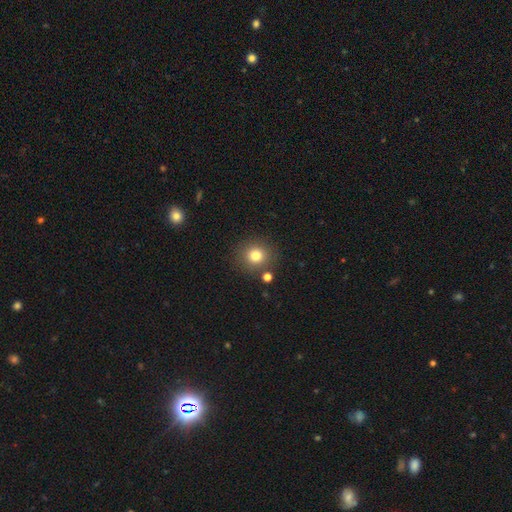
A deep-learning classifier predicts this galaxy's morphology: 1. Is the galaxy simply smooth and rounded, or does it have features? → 79% smooth, 13% star or artifact, 8% featured or disk.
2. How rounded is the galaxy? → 89% round, 10% in between, 1% cigar-shaped.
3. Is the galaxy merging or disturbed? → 83% none, 8% minor disturbance, 6% merger, 3% major disturbance.